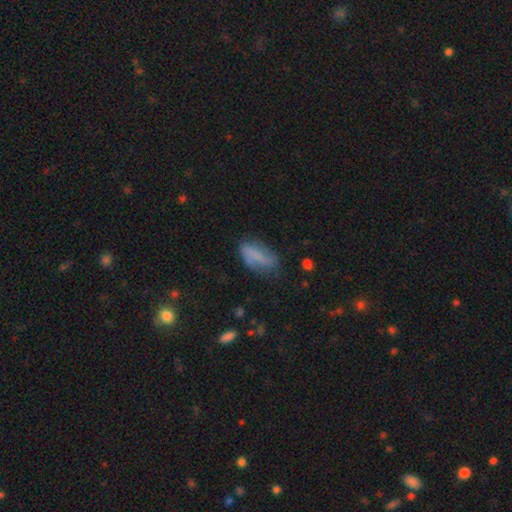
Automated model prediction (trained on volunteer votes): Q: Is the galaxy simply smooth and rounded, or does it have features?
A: smooth — 60%.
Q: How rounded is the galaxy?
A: in between — 78%.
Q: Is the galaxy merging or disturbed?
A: none — 61%.